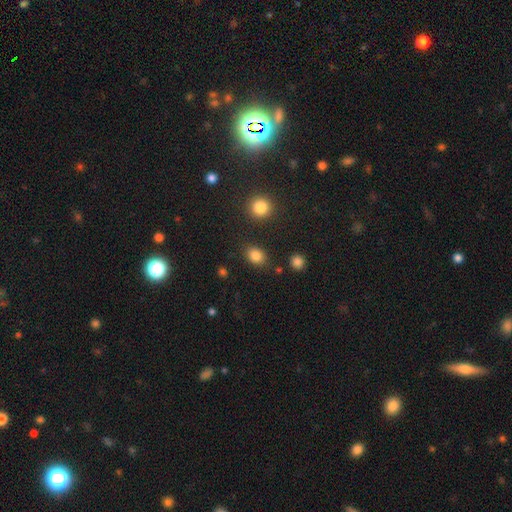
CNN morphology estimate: smooth 85%, star or artifact 10%, featured or disk 5%. Down the decision tree: how rounded — in between (62%); merging — none (84%).